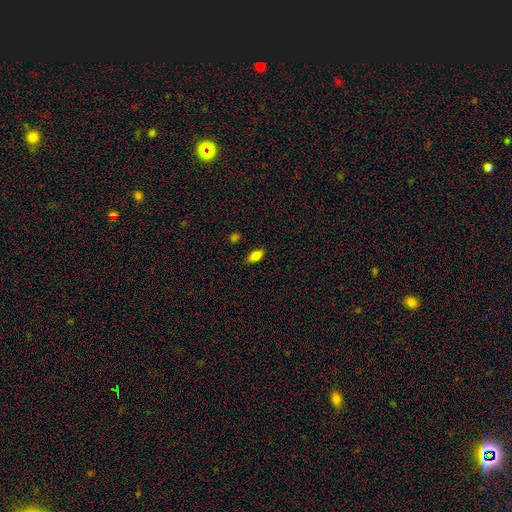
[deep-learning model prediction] This appears to be a smooth galaxy with no disk features (82%) that is in between round and cigar-shaped (89%). Merging: none (84%).